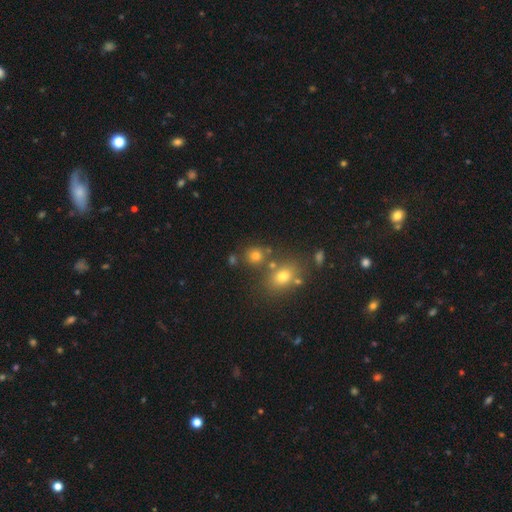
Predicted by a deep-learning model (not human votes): Smooth or featured? smooth (73%)
How rounded? round (79%)
Merging? none (68%)